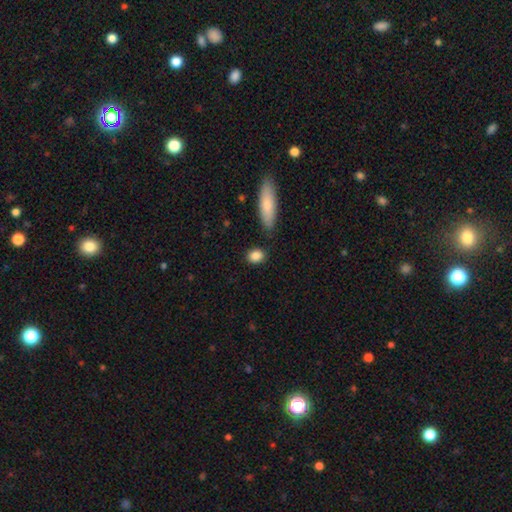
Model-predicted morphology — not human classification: smooth 87%, star or artifact 8%, featured or disk 6%. Down the decision tree: how rounded — in between (52%); merging — none (83%).